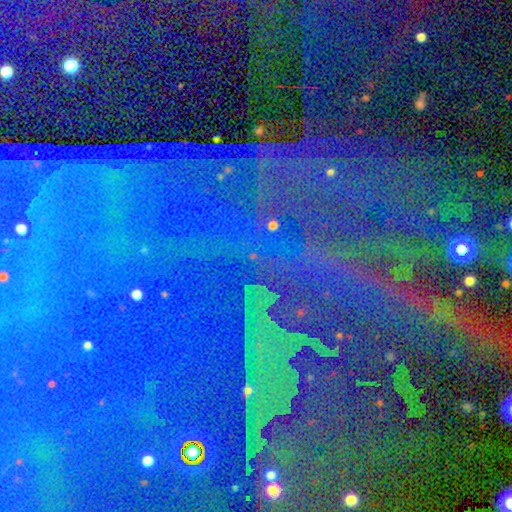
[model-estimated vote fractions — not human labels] The model was most divided on "smooth or featured": star or artifact: 88%, featured or disk: 6%, smooth: 6%.